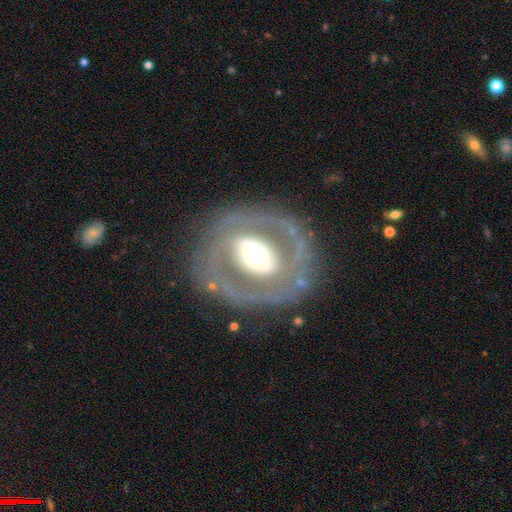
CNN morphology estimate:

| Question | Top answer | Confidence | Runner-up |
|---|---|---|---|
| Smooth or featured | featured or disk | 75% | smooth (18%) |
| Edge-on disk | no | 94% | yes (6%) |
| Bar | no | 47% | strong (28%) |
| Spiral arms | yes | 55% | no (45%) |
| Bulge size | moderate | 50% | large (35%) |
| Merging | none | 74% | minor disturbance (12%) |